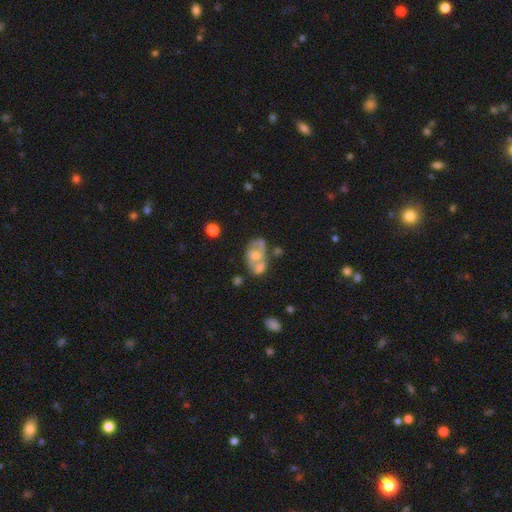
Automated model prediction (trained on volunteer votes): A featured or disk galaxy (54%) with no bar (83%), no spiral arms (76%) and a moderate central bulge (65%). Merging: merger (41%).